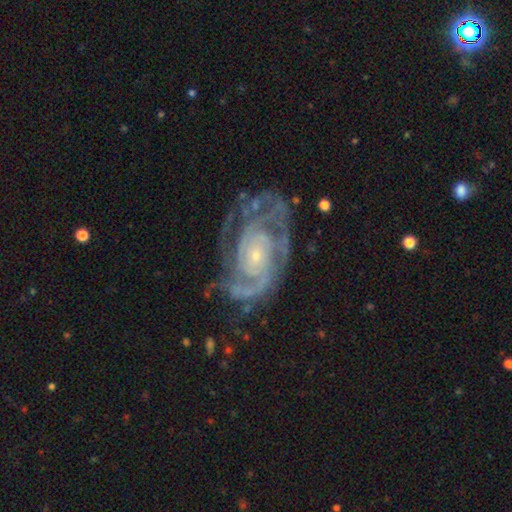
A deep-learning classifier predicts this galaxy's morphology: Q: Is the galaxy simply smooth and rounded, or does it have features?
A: featured or disk — 89%.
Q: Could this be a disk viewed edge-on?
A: no — 97%.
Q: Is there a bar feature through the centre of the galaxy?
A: no — 76%.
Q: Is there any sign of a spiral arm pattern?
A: yes — 96%.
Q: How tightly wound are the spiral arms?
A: tight — 64%.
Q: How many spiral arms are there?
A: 2 — 32%.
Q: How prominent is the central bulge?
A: small — 78%.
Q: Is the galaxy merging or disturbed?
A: none — 63%.